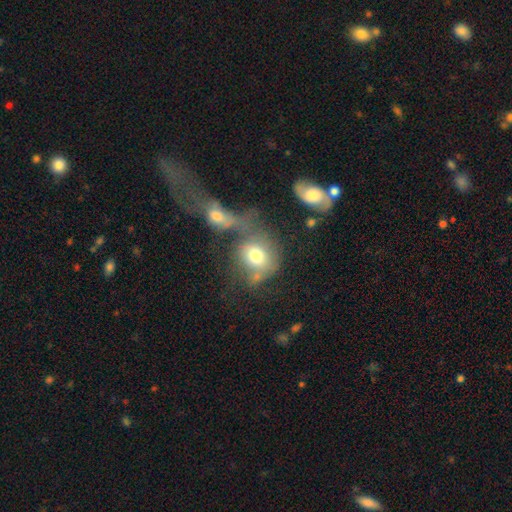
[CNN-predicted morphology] This is likely a smooth galaxy (68%). How rounded: likely round (63%). Merging: possibly merger (50%).